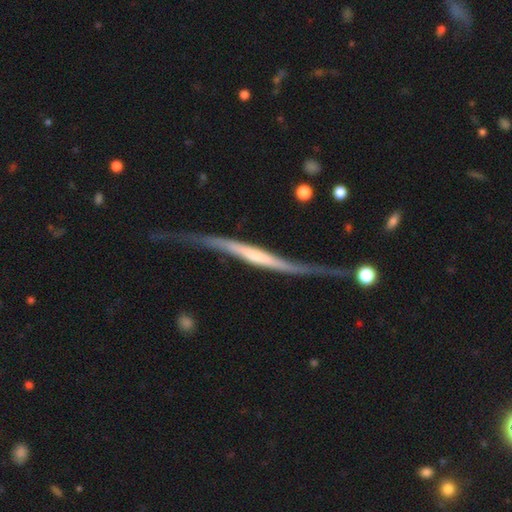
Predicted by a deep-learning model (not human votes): smooth-or-featured: featured or disk: 78% | smooth: 17% | star or artifact: 5%
  disk-edge-on: yes: 76% | no: 24%
    edge-on-bulge: none: 38% | rounded: 37% | boxy: 25%
  merging: none: 47% | major disturbance: 23% | minor disturbance: 22% | merger: 8%